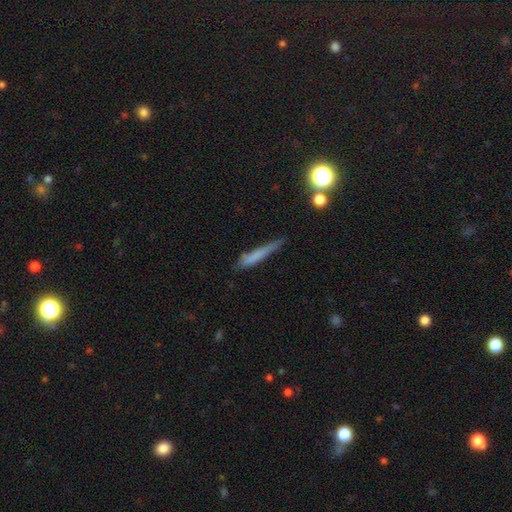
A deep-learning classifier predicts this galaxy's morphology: Smooth or featured? Predicted: smooth (p=0.67). How rounded? Predicted: cigar-shaped (p=0.93). Merging? Predicted: none (p=0.64).